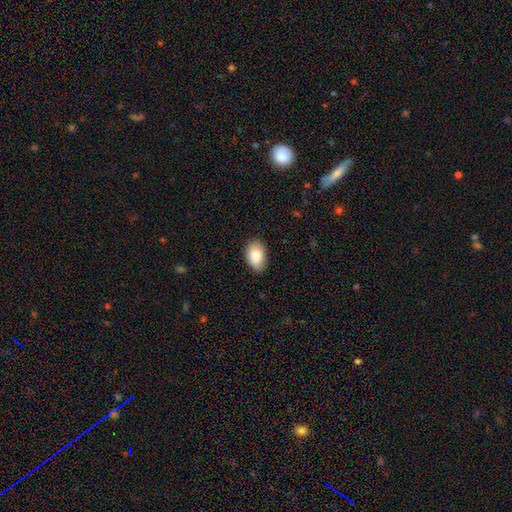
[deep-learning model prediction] Smooth or featured?
  - smooth: 88% *
  - star or artifact: 7%
  - featured or disk: 6%
How rounded?
  - in between: 91% *
  - round: 8%
  - cigar-shaped: 1%
Merging?
  - none: 83% *
  - minor disturbance: 13%
  - major disturbance: 2%
  - merger: 1%